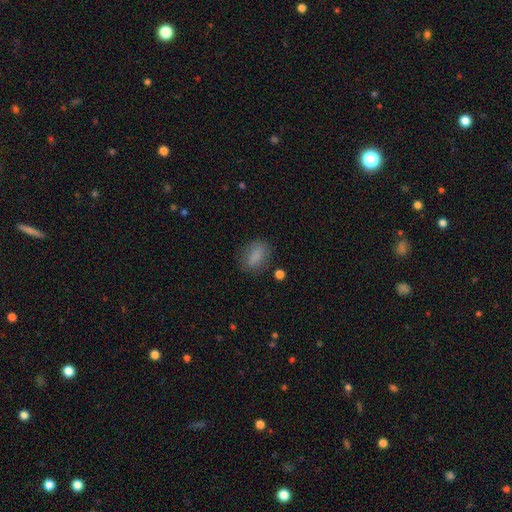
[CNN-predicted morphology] Overall: smooth (82%). How rounded: in between (79%). Merging: none (77%).